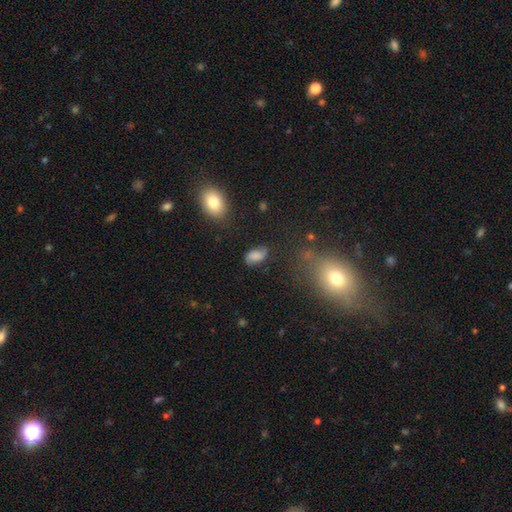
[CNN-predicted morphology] Q: Smooth or featured?
A: smooth (64%); runner-up: featured or disk (25%)
Q: How rounded?
A: in between (90%); runner-up: round (7%)
Q: Merging?
A: none (68%); runner-up: minor disturbance (22%)